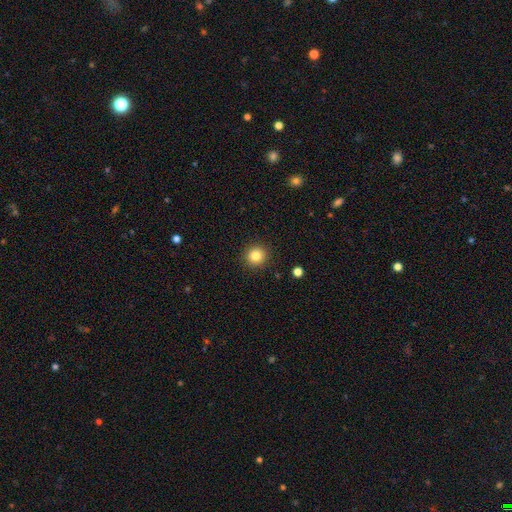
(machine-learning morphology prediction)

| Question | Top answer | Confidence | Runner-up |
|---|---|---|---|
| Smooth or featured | smooth | 84% | star or artifact (11%) |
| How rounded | round | 93% | in between (6%) |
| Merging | none | 92% | minor disturbance (5%) |